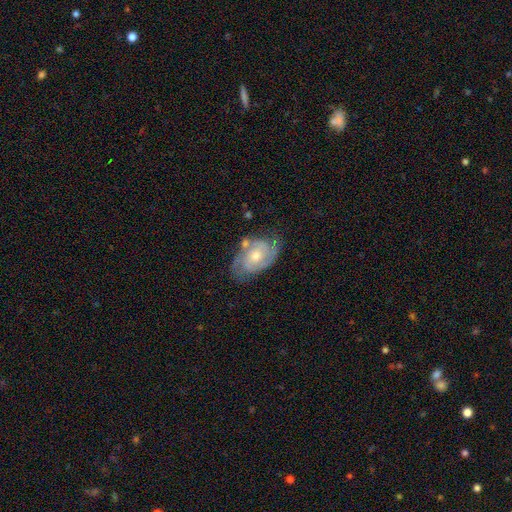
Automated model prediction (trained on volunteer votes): Overall: featured or disk (85%). Edge-on disk: no (97%). Bar: no (63%; weak 31%). Spiral arms: yes (96%). Spiral arm count: 2 (73%). Spiral winding: tight (53%; medium 39%). Bulge size: moderate (58%; small 37%). Merging: none (72%).